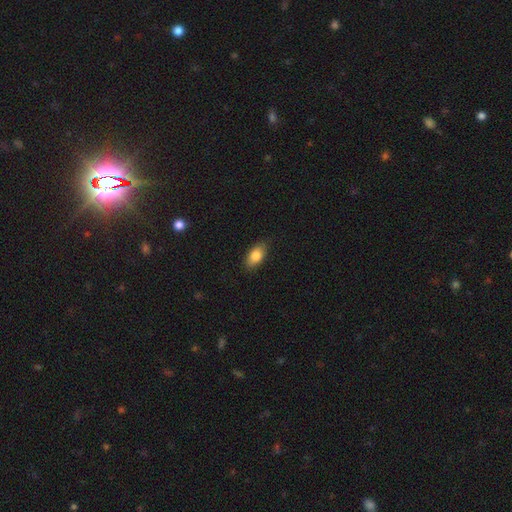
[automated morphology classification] Overall: smooth (83%). How rounded: in between (89%). Merging: none (85%).